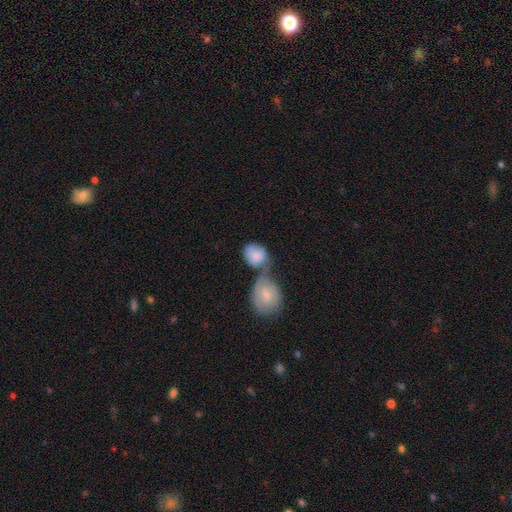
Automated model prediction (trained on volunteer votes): smooth-or-featured: smooth: 80% | featured or disk: 15% | star or artifact: 6%
  how-rounded: round: 54% | in between: 44% | cigar-shaped: 2%
  merging: merger: 61% | none: 20% | minor disturbance: 11% | major disturbance: 7%